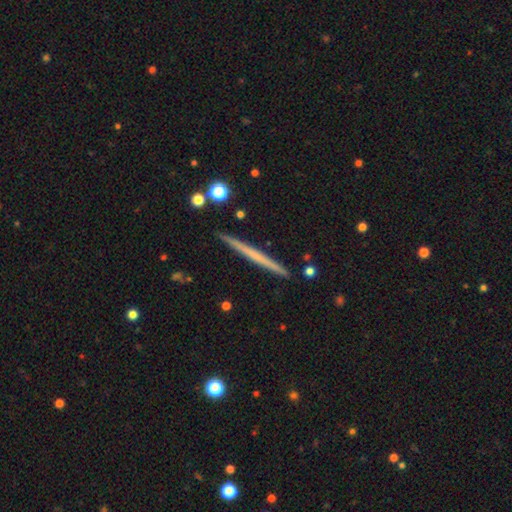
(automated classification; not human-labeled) A featured or disk galaxy (53%) viewed edge-on (98%) with no central bulge (91%). Merging: none (92%).